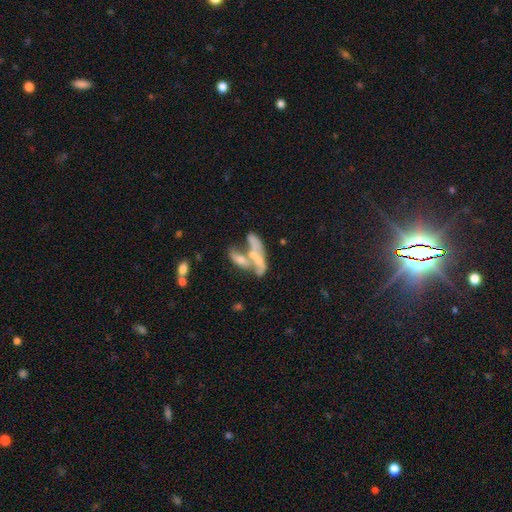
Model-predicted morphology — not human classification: Smooth or featured?
  - featured or disk: 53% *
  - smooth: 36%
  - star or artifact: 11%
Edge-on disk?
  - no: 83% *
  - yes: 17%
Merging?
  - merger: 61% *
  - none: 16%
  - major disturbance: 14%
  - minor disturbance: 9%